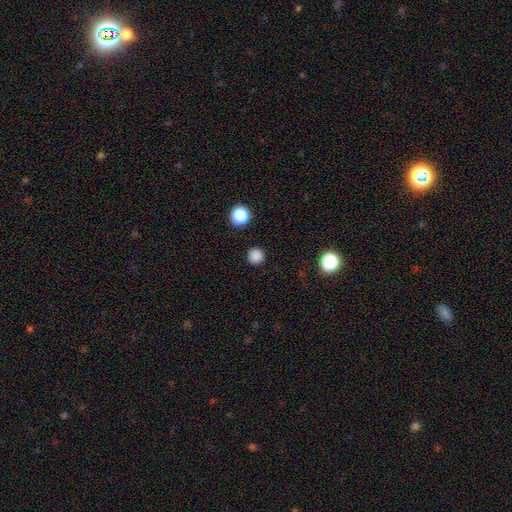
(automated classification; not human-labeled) Overall: smooth (84%). How rounded: round (95%). Merging: none (92%).